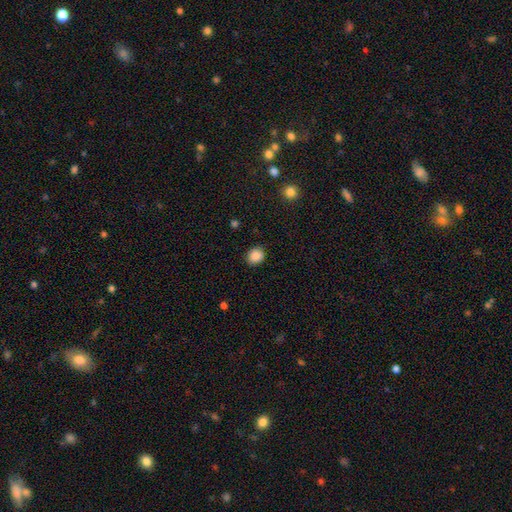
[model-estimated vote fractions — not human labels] smooth_or_featured: smooth (p=0.88) [alt: star or artifact p=0.09]
how_rounded: round (p=0.77) [alt: in between p=0.22]
merging: none (p=0.86) [alt: minor disturbance p=0.10]